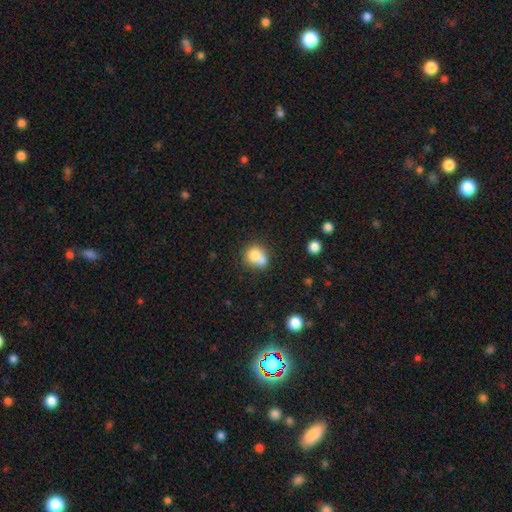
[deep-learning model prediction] The model was most divided on "merging": merger: 49%, none: 33%, minor disturbance: 12%, major disturbance: 6%. More confident: smooth or featured — smooth (74%); how rounded — round (72%).